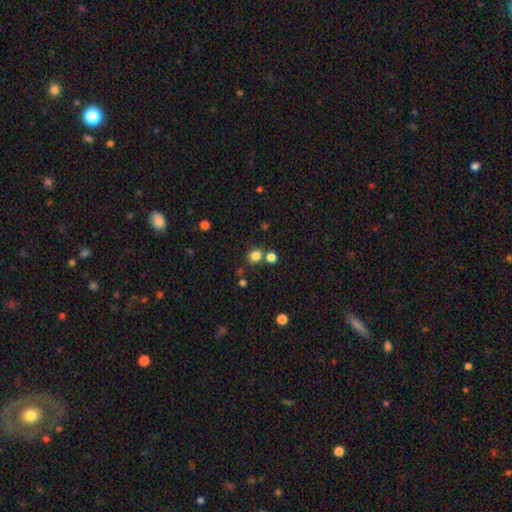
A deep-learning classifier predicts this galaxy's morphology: A smooth galaxy with no disk features (81%) that is round (84%).

Vote fractions:
- Smooth or featured? smooth: 81% / star or artifact: 14% / featured or disk: 5%
- How rounded? round: 84% / in between: 15% / cigar-shaped: 1%
- Merging? none: 73% / merger: 16% / minor disturbance: 8% / major disturbance: 3%